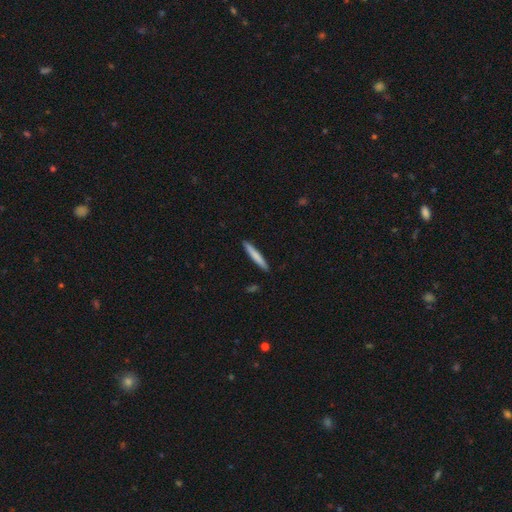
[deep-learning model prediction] smooth_or_featured: smooth (p=0.76) [alt: featured or disk p=0.18]
how_rounded: cigar-shaped (p=0.96) [alt: in between p=0.03]
merging: none (p=0.91) [alt: minor disturbance p=0.06]